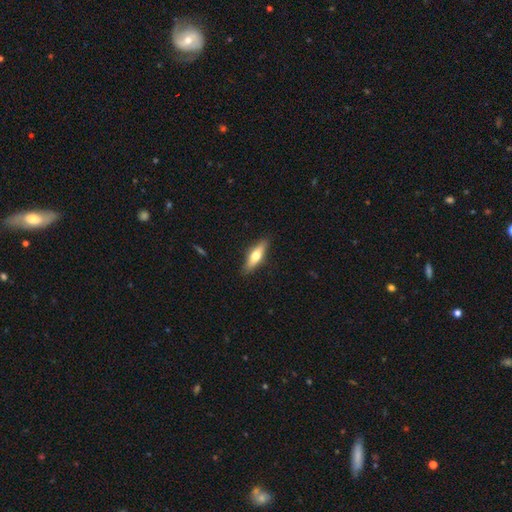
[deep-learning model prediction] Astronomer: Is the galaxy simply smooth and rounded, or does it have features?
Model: smooth — 54% (runner-up: featured or disk, 40%).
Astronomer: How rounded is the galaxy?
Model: cigar-shaped — 57% (runner-up: in between, 41%).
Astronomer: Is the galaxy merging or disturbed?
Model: none — 88%.